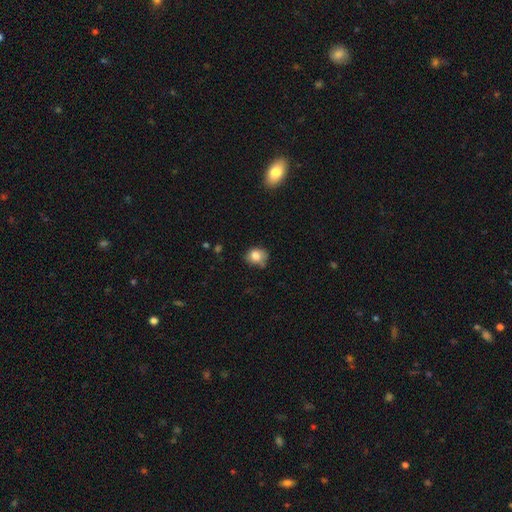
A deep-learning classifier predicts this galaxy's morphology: Smooth or featured?
  - smooth: 79% *
  - featured or disk: 12%
  - star or artifact: 10%
How rounded?
  - round: 59% *
  - in between: 40%
  - cigar-shaped: 1%
Merging?
  - none: 55% *
  - minor disturbance: 32%
  - major disturbance: 8%
  - merger: 4%